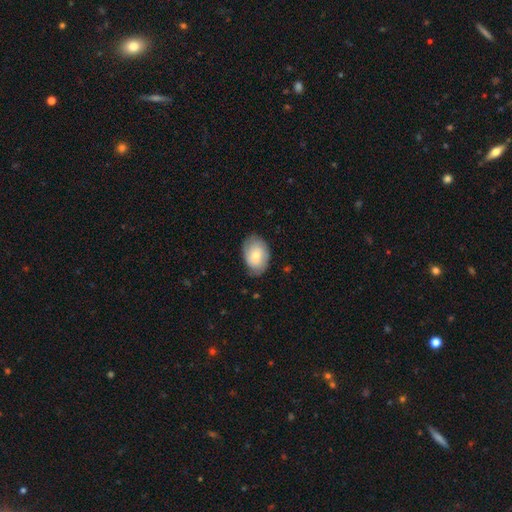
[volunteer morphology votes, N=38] This appears to be a smooth galaxy with no disk features (74%) that is in between round and cigar-shaped (79%). Merging: none (65%).